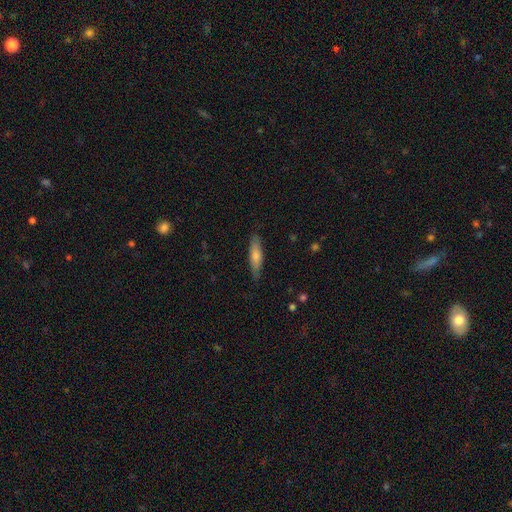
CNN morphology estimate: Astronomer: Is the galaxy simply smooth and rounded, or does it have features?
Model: smooth — 70%.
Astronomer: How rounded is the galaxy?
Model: cigar-shaped — 65%.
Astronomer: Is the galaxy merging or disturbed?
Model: none — 81%.